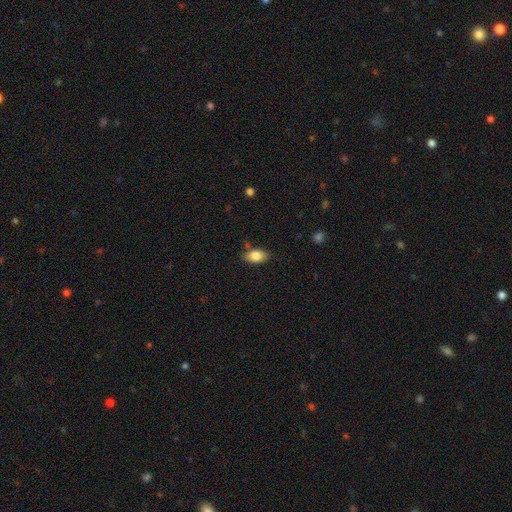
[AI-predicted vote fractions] This appears to be a smooth galaxy with no disk features (83%) that is in between round and cigar-shaped (90%). Merging: none (81%).